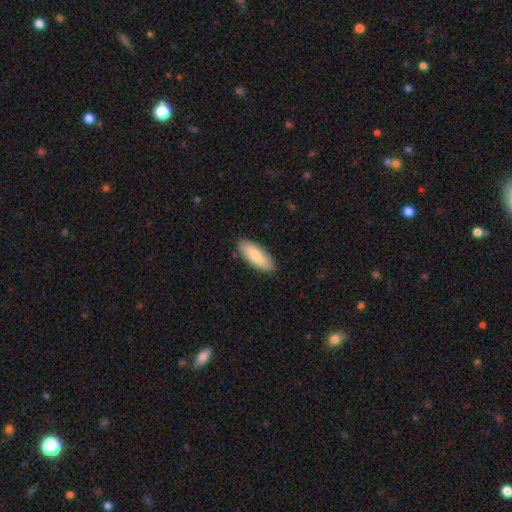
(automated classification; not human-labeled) A smooth galaxy with no disk features (80%) that is in between round and cigar-shaped (70%). Merging: none (88%).